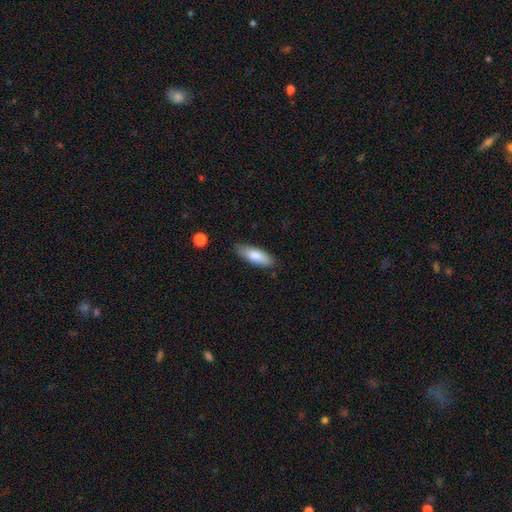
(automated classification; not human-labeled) This is likely a smooth galaxy (80%). How rounded: likely in between (63%). Merging: clearly none (83%).